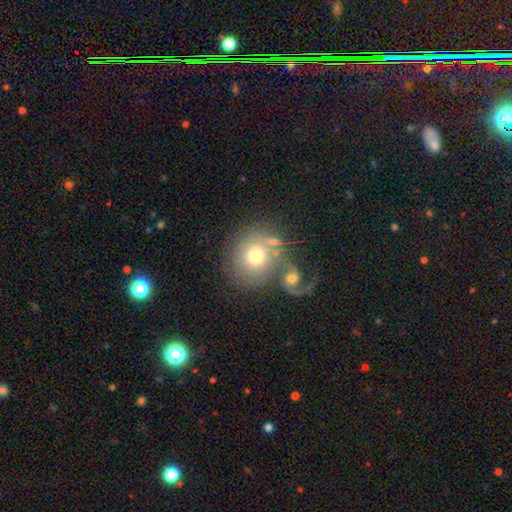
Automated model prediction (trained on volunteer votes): Smooth or featured? Predicted: smooth (p=0.58). How rounded? Predicted: round (p=0.83). Merging? Predicted: none (p=0.46).